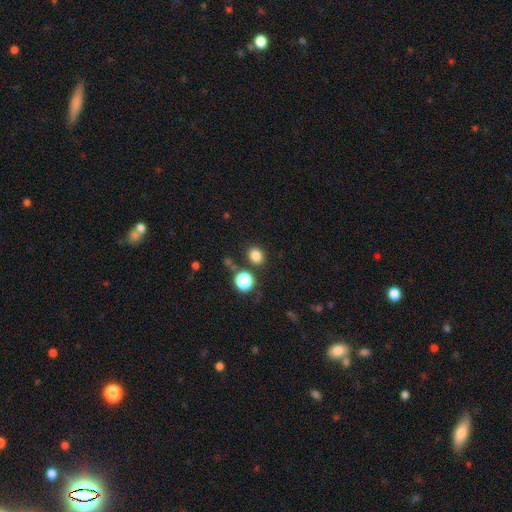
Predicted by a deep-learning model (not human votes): Smooth or featured? Predicted: smooth (p=0.81). How rounded? Predicted: round (p=0.65). Merging? Predicted: none (p=0.82).